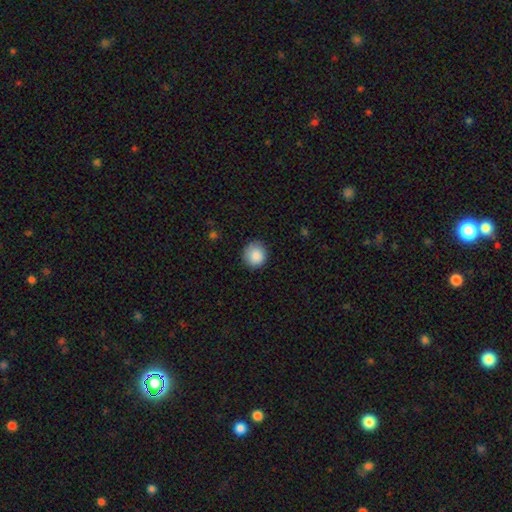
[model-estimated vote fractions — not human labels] Smooth or featured? smooth (88%)
How rounded? round (91%)
Merging? none (85%)